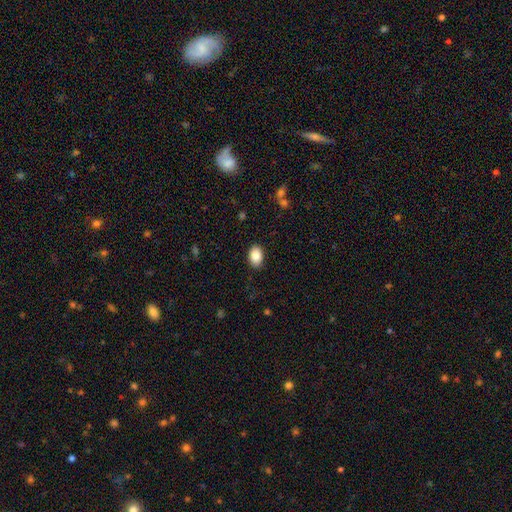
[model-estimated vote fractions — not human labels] The model was most divided on "how rounded": in between: 84%, round: 15%, cigar-shaped: 1%. More confident: smooth or featured — smooth (88%); merging — none (88%).